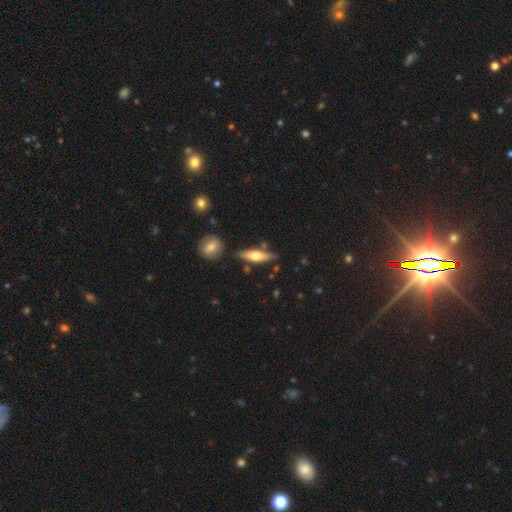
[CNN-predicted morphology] A smooth galaxy with no disk features (52%) that is cigar-shaped (59%). Merging: none (77%).